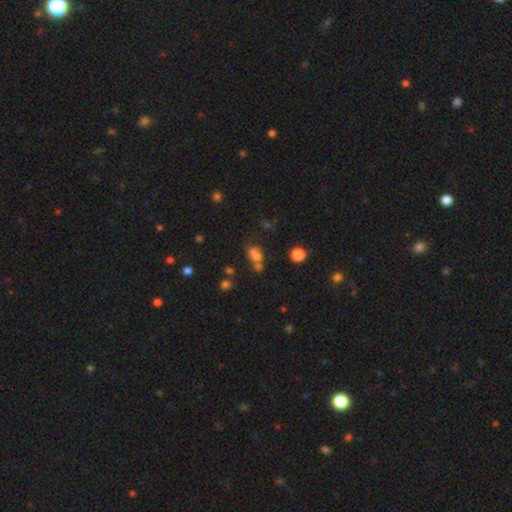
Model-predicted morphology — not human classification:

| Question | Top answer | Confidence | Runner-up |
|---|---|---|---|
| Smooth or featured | smooth | 61% | star or artifact (23%) |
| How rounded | in between | 50% | round (47%) |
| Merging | merger | 50% | none (32%) |